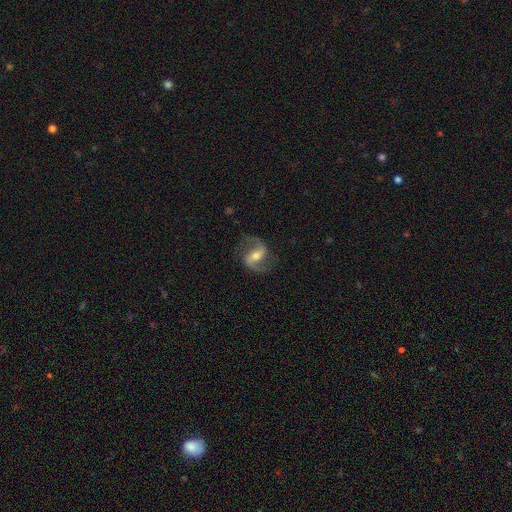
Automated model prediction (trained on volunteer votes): Smooth or featured: featured or disk — 85% (smooth — 9%)
Edge-on disk: no — 96% (yes — 4%)
Bar: strong — 44% (weak — 39%)
Spiral arms: yes — 95% (no — 5%)
Spiral winding: loose — 50% (medium — 40%)
Spiral arm count: 2 — 93% (can't tell — 2%)
Bulge size: moderate — 60% (small — 31%)
Merging: none — 79% (minor disturbance — 13%)